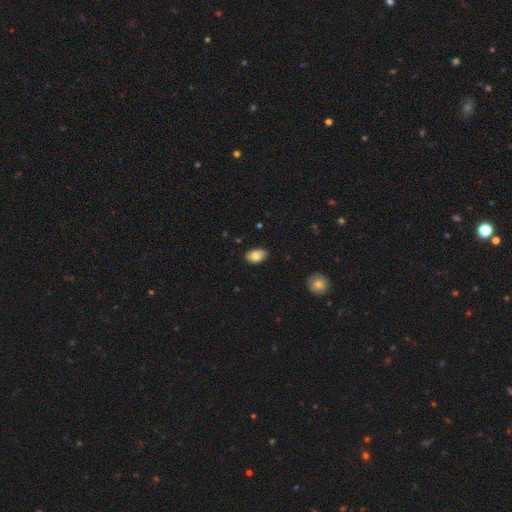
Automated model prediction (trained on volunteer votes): A smooth galaxy with no disk features (81%) that is in between round and cigar-shaped (89%). Merging: none (83%).